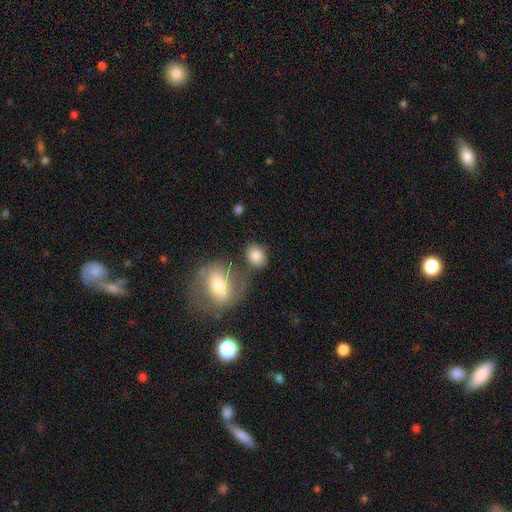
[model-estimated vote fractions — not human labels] This appears to be a smooth galaxy with no disk features (83%) that is in between round and cigar-shaped (57%). Merging: none (66%).